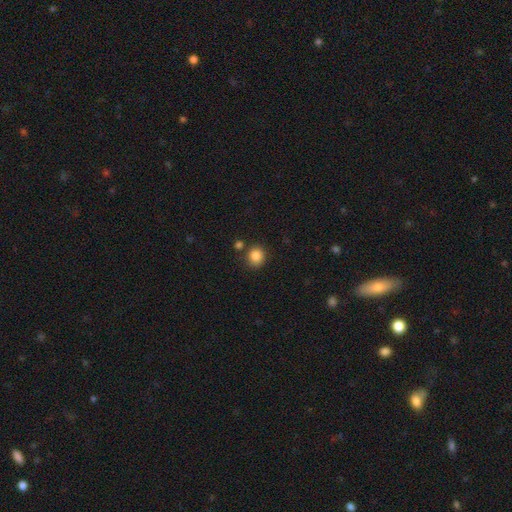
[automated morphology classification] Smooth or featured? smooth (85%)
How rounded? round (82%)
Merging? none (79%)